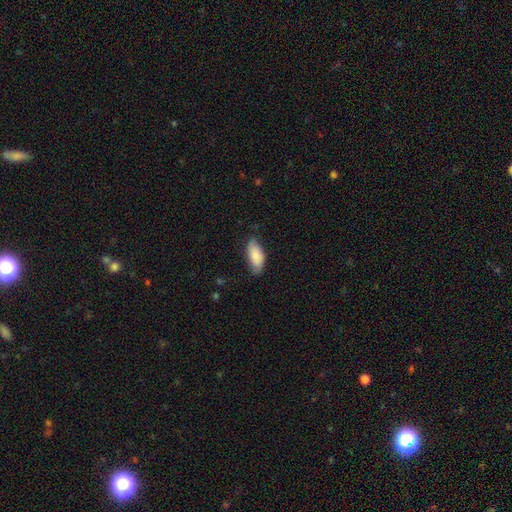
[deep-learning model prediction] Smooth or featured? Predicted: smooth (p=0.80). How rounded? Predicted: in between (p=0.88). Merging? Predicted: none (p=0.65).